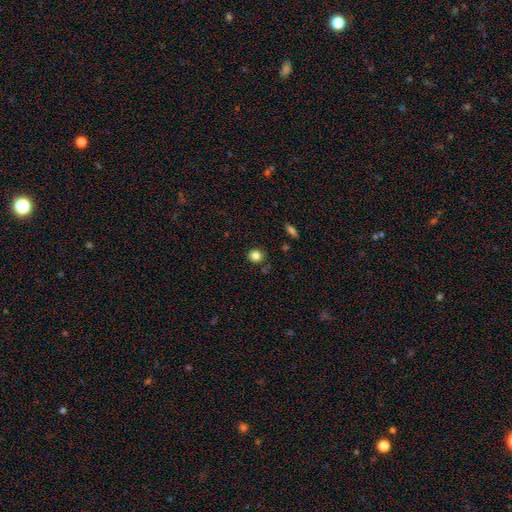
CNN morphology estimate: smooth_or_featured: smooth (p=0.84) [alt: star or artifact p=0.11]
how_rounded: round (p=0.86) [alt: in between p=0.13]
merging: none (p=0.87) [alt: minor disturbance p=0.08]